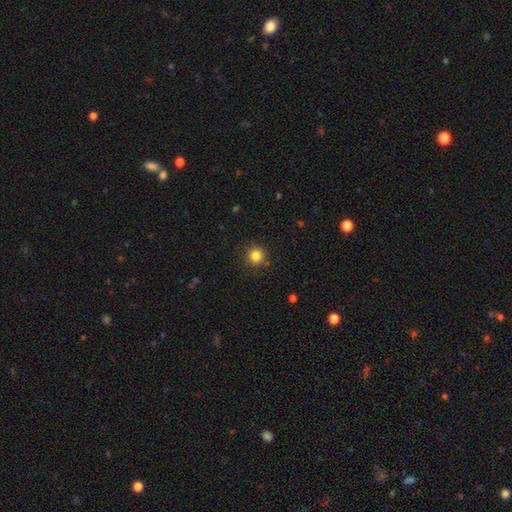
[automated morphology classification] This is clearly a smooth galaxy (83%). How rounded: clearly round (94%). Merging: clearly none (90%).